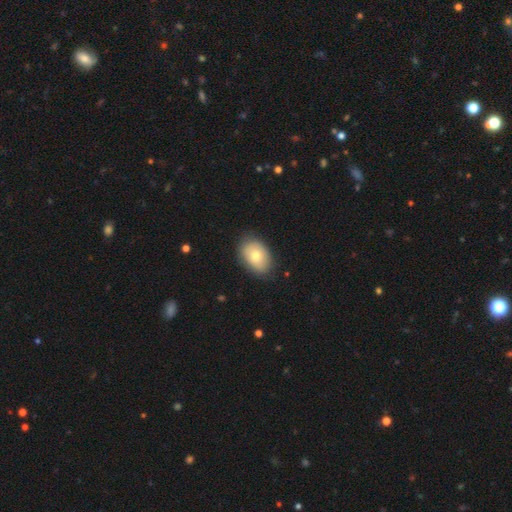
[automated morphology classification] Smooth or featured? Predicted: smooth (p=0.75). How rounded? Predicted: in between (p=0.81). Merging? Predicted: none (p=0.82).